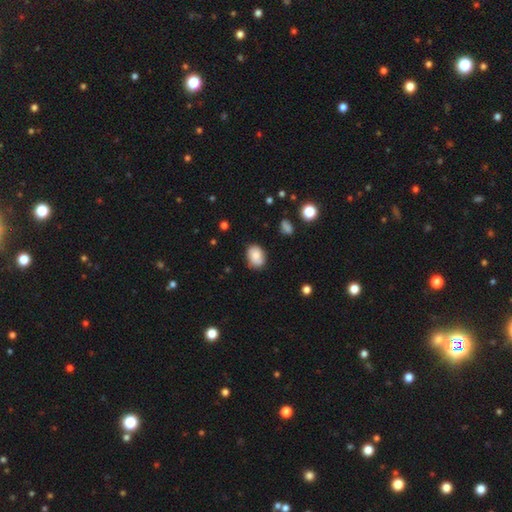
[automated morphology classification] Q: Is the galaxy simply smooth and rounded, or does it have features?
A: smooth — 79%.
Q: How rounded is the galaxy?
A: in between — 70%.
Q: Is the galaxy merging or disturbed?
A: none — 76%.